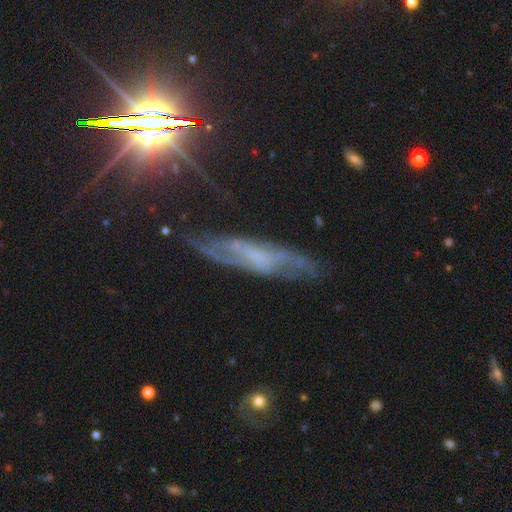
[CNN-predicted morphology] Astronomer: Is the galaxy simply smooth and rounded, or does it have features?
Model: featured or disk — 67%.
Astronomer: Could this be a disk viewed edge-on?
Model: no — 63%.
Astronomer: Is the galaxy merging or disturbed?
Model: none — 70%.